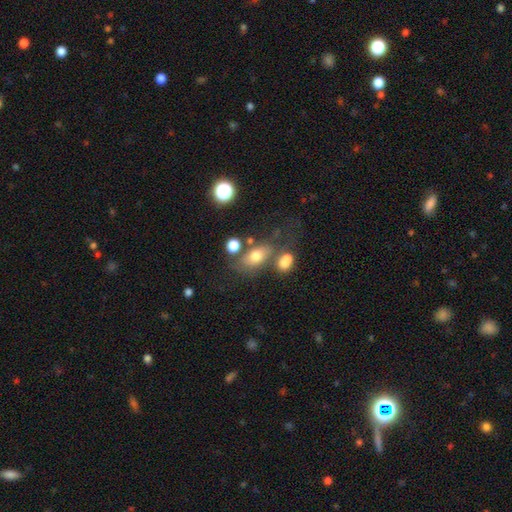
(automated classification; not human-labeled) A smooth galaxy with no disk features (70%) that is in between round and cigar-shaped (82%). Merging: none (53%).